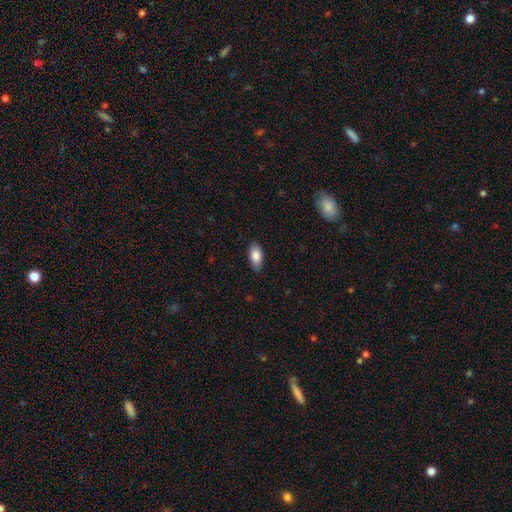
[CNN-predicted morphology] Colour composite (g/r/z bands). It shows a smooth galaxy with no disk features (84%) that is in between round and cigar-shaped (91%). Merging: none (85%).